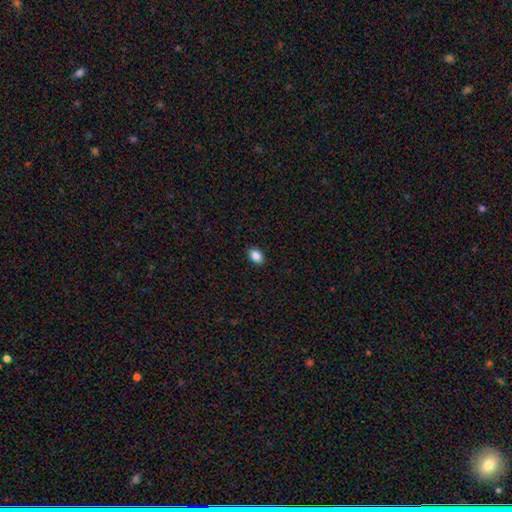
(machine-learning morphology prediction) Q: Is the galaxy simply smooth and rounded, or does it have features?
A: smooth — 88%.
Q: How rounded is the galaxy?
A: in between — 85%.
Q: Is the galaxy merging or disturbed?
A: none — 89%.